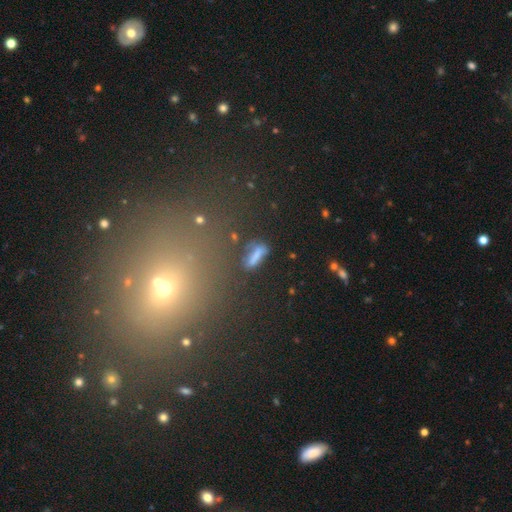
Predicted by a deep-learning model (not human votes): A smooth galaxy with no disk features (64%) that is cigar-shaped (50%). Merging: none (56%).